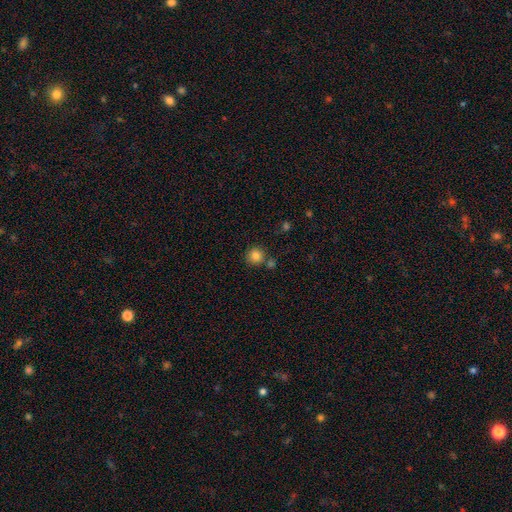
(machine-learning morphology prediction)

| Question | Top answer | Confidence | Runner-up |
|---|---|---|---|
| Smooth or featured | smooth | 84% | star or artifact (11%) |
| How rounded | round | 93% | in between (6%) |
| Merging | none | 76% | merger (12%) |